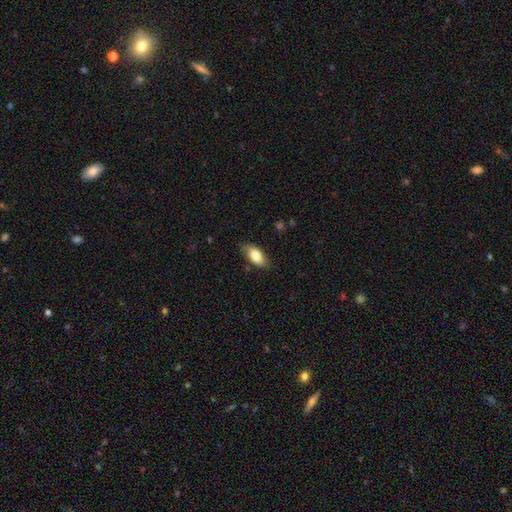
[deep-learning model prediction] A smooth galaxy with no disk features (81%) that is in between round and cigar-shaped (88%).

Vote fractions:
- Smooth or featured? smooth: 81% / featured or disk: 13% / star or artifact: 6%
- How rounded? in between: 88% / cigar-shaped: 9% / round: 3%
- Merging? none: 78% / minor disturbance: 17% / major disturbance: 4% / merger: 1%